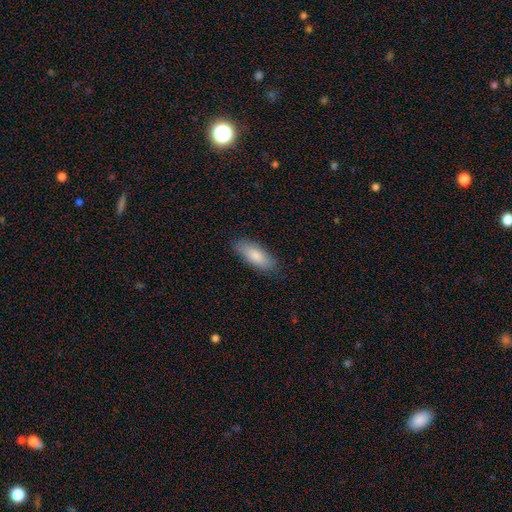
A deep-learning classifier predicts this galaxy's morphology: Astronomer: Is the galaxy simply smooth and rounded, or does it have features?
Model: smooth — 83%.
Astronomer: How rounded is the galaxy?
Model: in between — 74%.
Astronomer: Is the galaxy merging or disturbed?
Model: none — 83%.